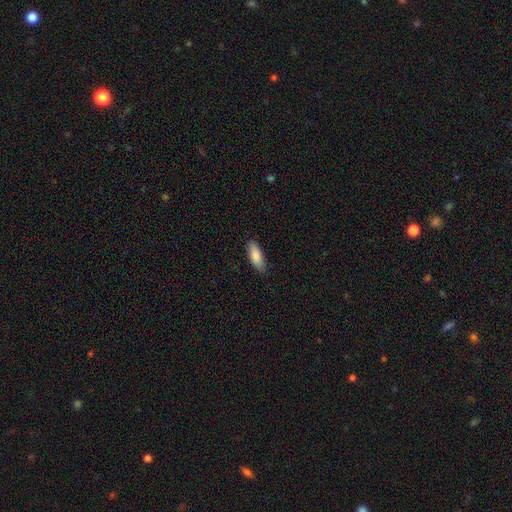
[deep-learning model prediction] Overall: smooth (84%). How rounded: in between (62%; cigar-shaped 36%). Merging: none (83%).